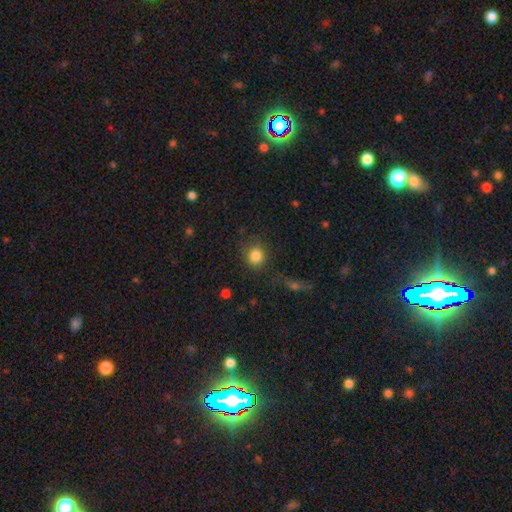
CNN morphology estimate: The model was most divided on "merging": none: 78%, minor disturbance: 12%, major disturbance: 6%, merger: 4%. More confident: smooth or featured — smooth (84%); how rounded — round (84%).